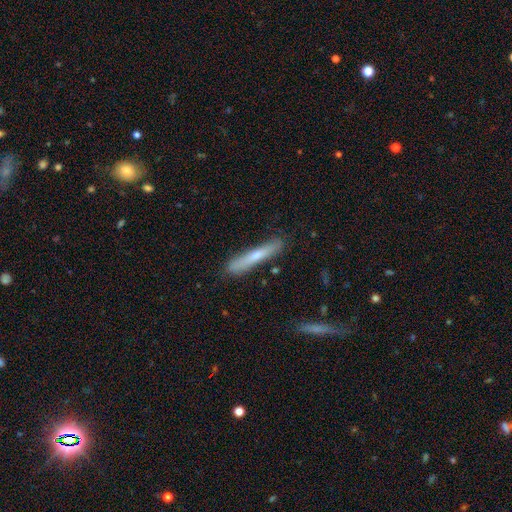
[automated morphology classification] A smooth galaxy with no disk features (59%) that is cigar-shaped (94%). Merging: none (84%).